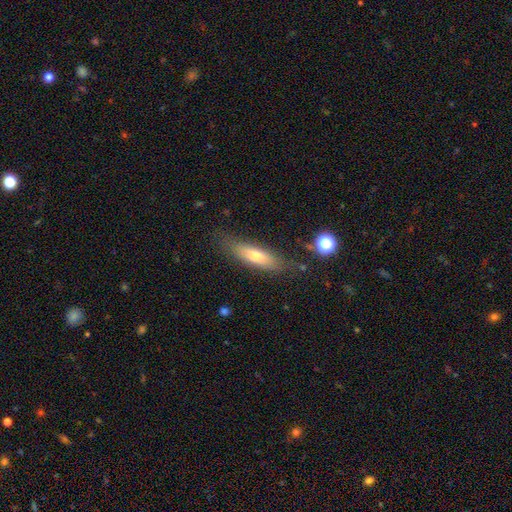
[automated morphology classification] Smooth or featured? smooth (67%)
How rounded? cigar-shaped (55%)
Merging? none (78%)